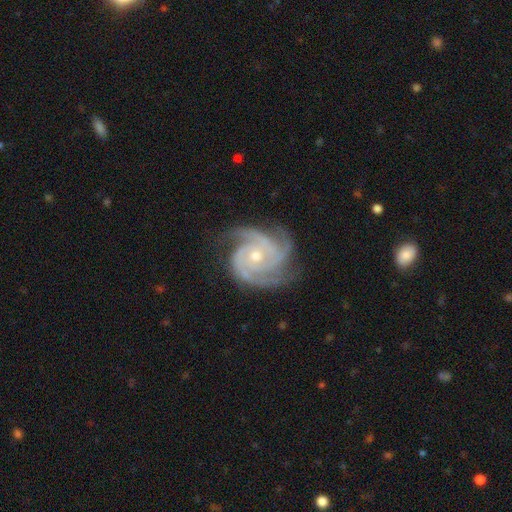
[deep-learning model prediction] featured or disk 93%, star or artifact 4%, smooth 3%. Down the decision tree: edge-on disk — no (98%); bar — no (74%); spiral arms — yes (99%); spiral arm count — 3 (62%); spiral winding — tight (67%); bulge size — small (52%); merging — none (76%).